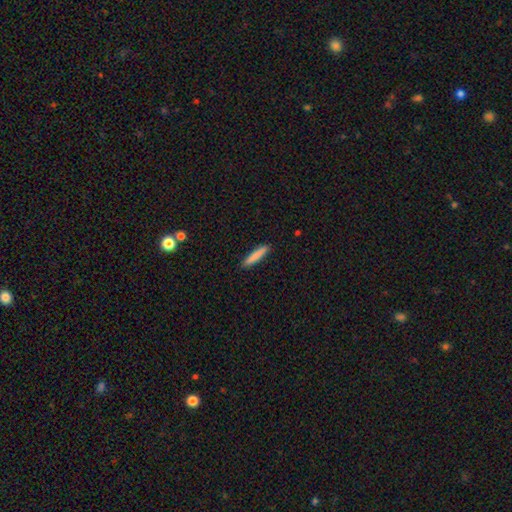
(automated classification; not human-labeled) This is clearly a smooth galaxy (84%). How rounded: clearly cigar-shaped (91%). Merging: clearly none (90%).